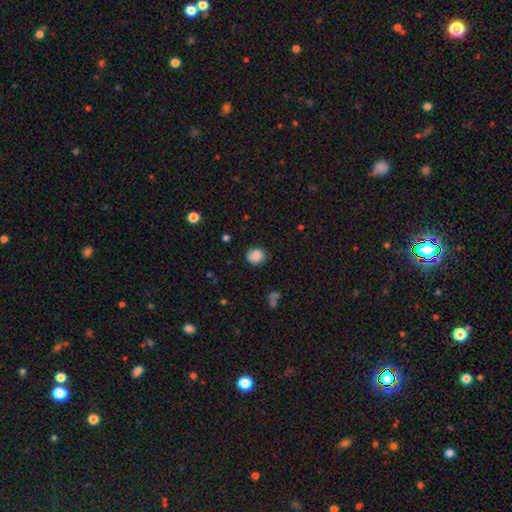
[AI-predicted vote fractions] Smooth or featured? smooth (87%)
How rounded? round (79%)
Merging? none (84%)